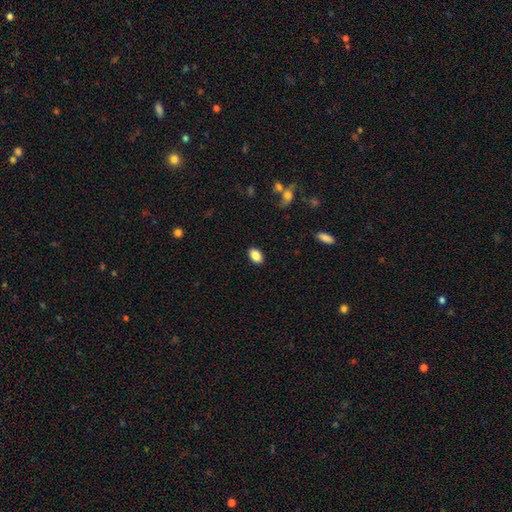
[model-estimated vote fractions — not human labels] Overall: smooth (87%). How rounded: in between (86%). Merging: none (88%).